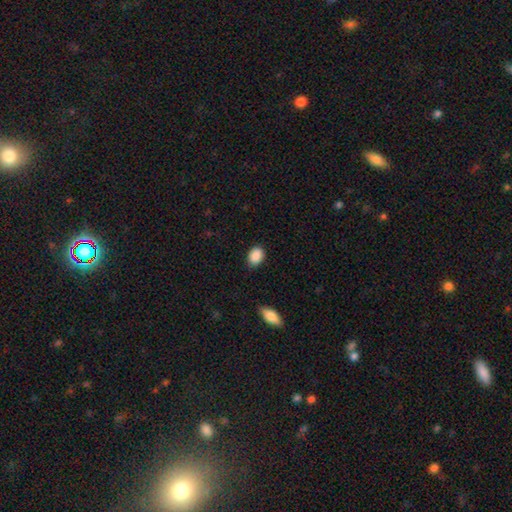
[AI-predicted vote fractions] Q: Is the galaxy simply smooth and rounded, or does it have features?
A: smooth — 89%.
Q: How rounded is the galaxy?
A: in between — 75%.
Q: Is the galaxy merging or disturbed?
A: none — 83%.